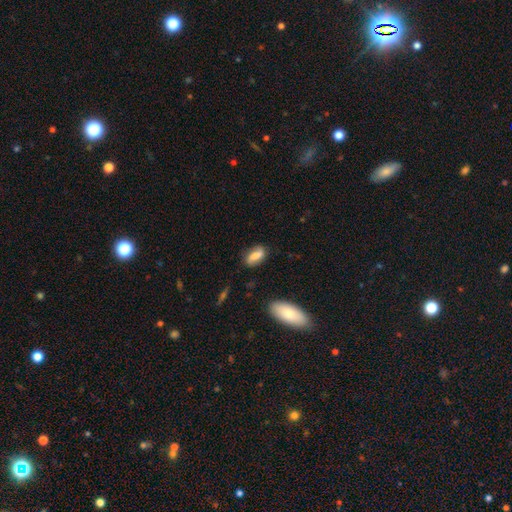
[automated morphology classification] Q: Smooth or featured?
A: smooth (67%); runner-up: featured or disk (25%)
Q: How rounded?
A: in between (83%); runner-up: cigar-shaped (12%)
Q: Merging?
A: none (78%); runner-up: minor disturbance (16%)